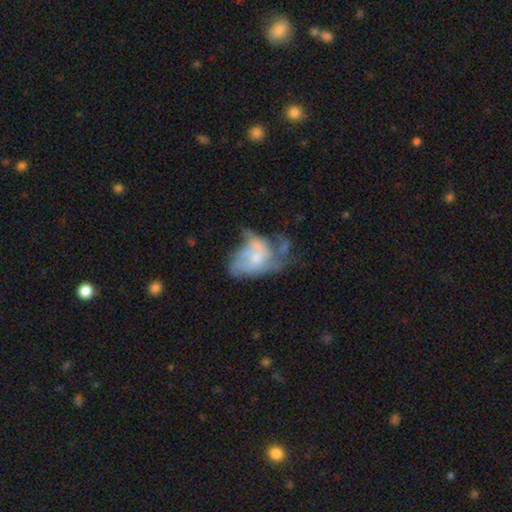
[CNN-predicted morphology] Smooth or featured? featured or disk (61%)
Edge-on disk? no (97%)
Bar? no (78%)
Spiral arms? yes (52%)
Bulge size? small (42%)
Merging? major disturbance (39%)